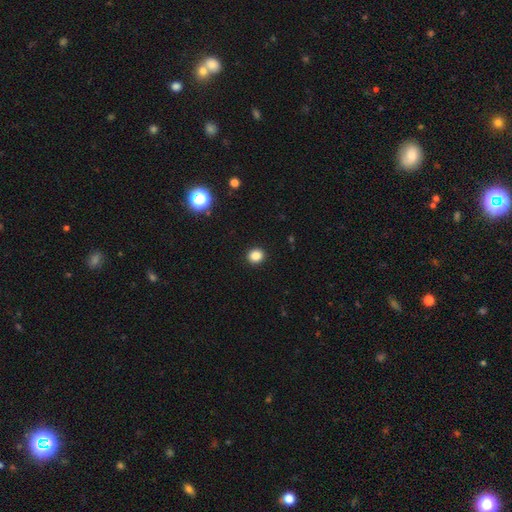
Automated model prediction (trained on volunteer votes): Smooth or featured: smooth — 84% (star or artifact — 12%)
How rounded: round — 84% (in between — 15%)
Merging: none — 92% (minor disturbance — 5%)